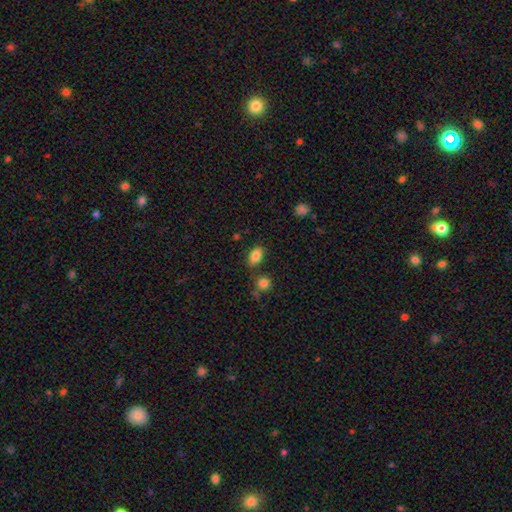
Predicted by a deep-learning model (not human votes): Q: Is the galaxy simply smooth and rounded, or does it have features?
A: smooth — 84%.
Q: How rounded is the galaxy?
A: in between — 88%.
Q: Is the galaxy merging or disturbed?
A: none — 77%.